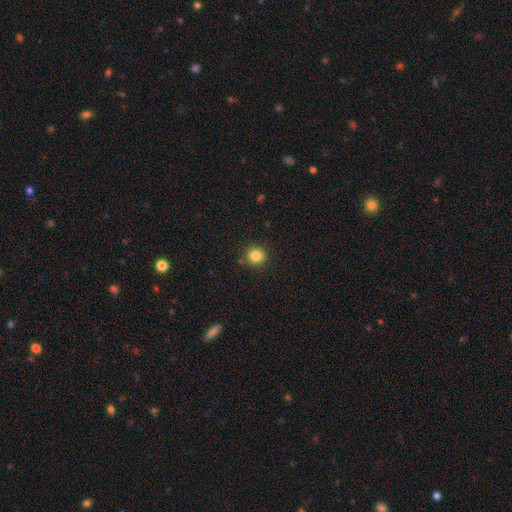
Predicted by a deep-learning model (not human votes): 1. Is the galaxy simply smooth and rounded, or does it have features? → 84% smooth, 11% star or artifact, 5% featured or disk.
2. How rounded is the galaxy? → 92% round, 7% in between, 1% cigar-shaped.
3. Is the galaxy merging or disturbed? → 88% none, 7% minor disturbance, 3% merger, 2% major disturbance.